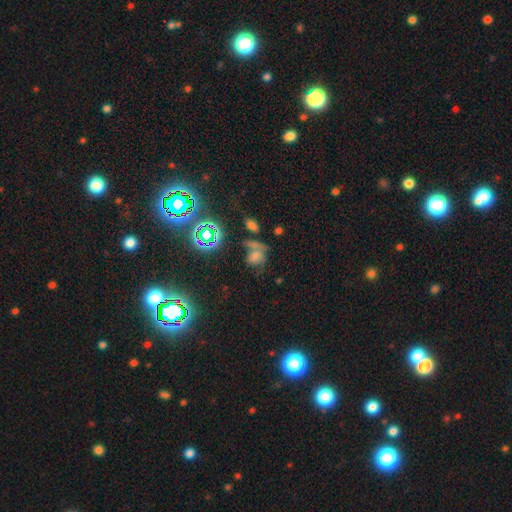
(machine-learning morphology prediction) smooth-or-featured: smooth: 51% | star or artifact: 31% | featured or disk: 18%
  how-rounded: in between: 56% | round: 41% | cigar-shaped: 3%
  merging: none: 33% | merger: 30% | major disturbance: 19% | minor disturbance: 18%